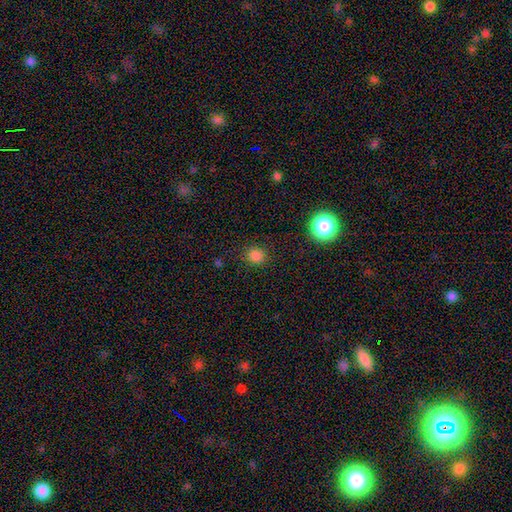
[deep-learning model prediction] A smooth galaxy with no disk features (82%) that is round (87%). Merging: none (89%).